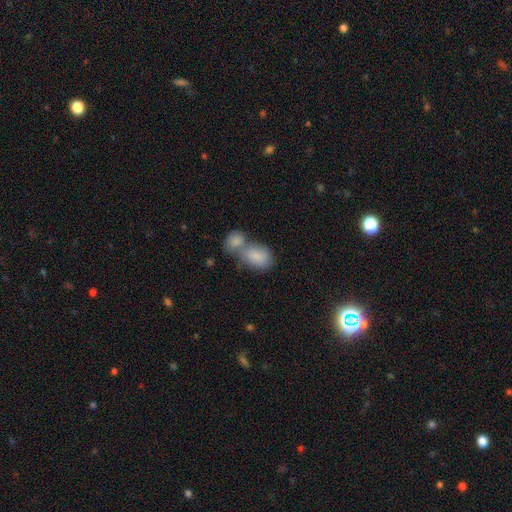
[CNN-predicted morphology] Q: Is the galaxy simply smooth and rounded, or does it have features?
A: smooth — 82%.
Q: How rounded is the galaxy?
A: in between — 84%.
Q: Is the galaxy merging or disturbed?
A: merger — 63%.